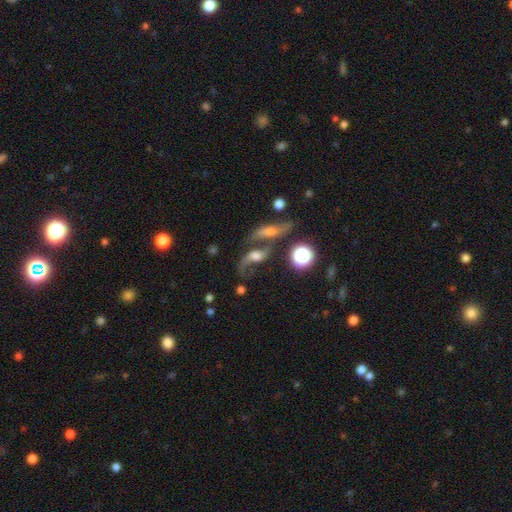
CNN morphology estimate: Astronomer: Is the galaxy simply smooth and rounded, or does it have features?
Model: featured or disk — 67%.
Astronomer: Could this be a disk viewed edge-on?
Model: no — 87%.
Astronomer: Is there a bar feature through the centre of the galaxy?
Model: no — 51% (runner-up: weak, 36%).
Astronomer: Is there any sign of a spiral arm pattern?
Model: yes — 88%.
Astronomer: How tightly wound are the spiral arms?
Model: loose — 80%.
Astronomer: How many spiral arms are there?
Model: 2 — 85%.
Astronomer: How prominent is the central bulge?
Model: moderate — 44% (runner-up: large, 27%).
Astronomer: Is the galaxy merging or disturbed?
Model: none — 38% (runner-up: merger, 36%).